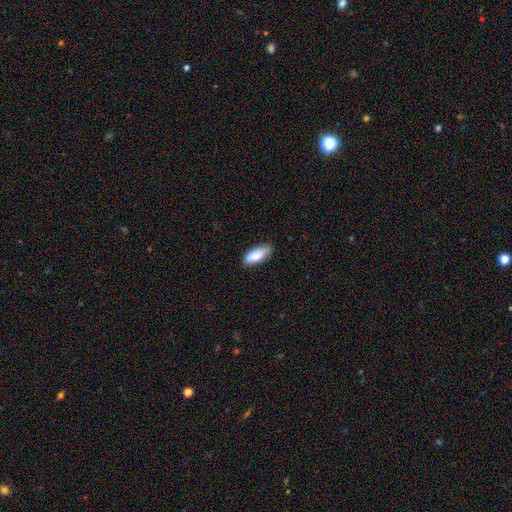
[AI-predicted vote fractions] Smooth or featured?
  - smooth: 82% *
  - featured or disk: 12%
  - star or artifact: 6%
How rounded?
  - in between: 81% *
  - cigar-shaped: 17%
  - round: 2%
Merging?
  - none: 79% *
  - minor disturbance: 17%
  - major disturbance: 3%
  - merger: 1%